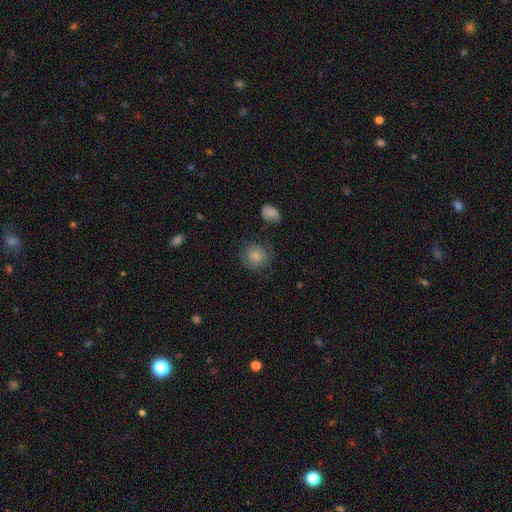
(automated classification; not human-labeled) A smooth galaxy with no disk features (79%) that is round (87%). Merging: none (73%).